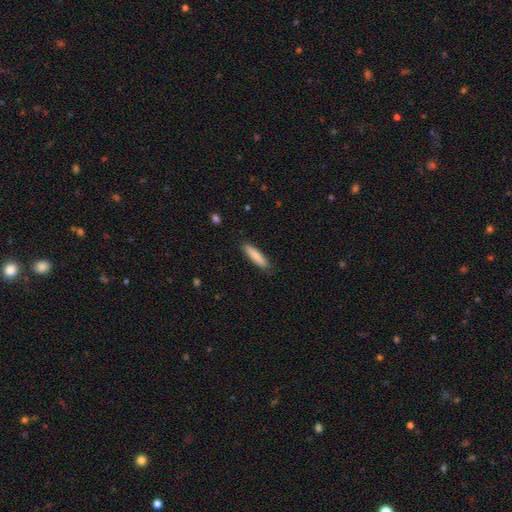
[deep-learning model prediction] This is clearly a smooth galaxy (85%). How rounded: clearly cigar-shaped (80%). Merging: clearly none (88%).